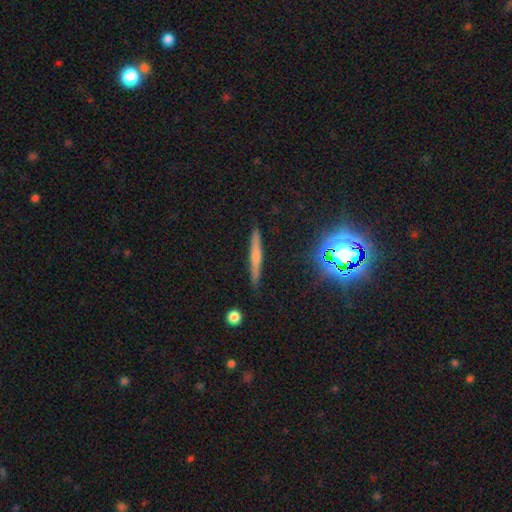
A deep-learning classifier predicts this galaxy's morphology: smooth_or_featured: featured or disk (p=0.50) [alt: smooth p=0.36]
merging: none (p=0.89) [alt: minor disturbance p=0.08]